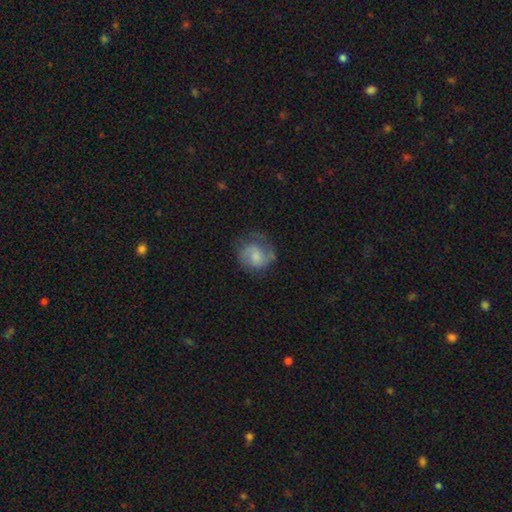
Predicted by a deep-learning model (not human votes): The model was most divided on "smooth or featured": smooth: 53%, featured or disk: 39%, star or artifact: 9%. More confident: how rounded — round (72%); merging — none (54%).